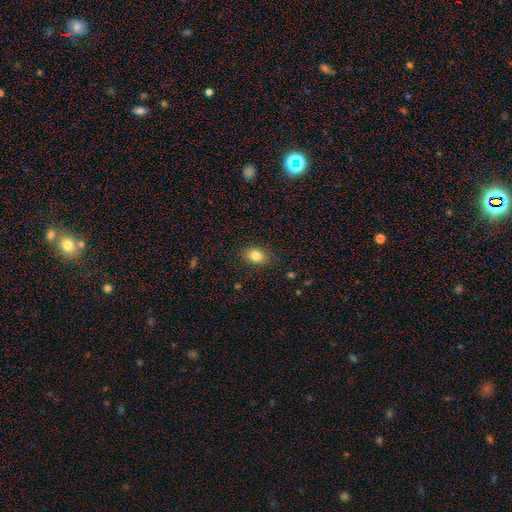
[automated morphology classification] This is clearly a smooth galaxy (83%). How rounded: likely in between (70%). Merging: clearly none (86%).